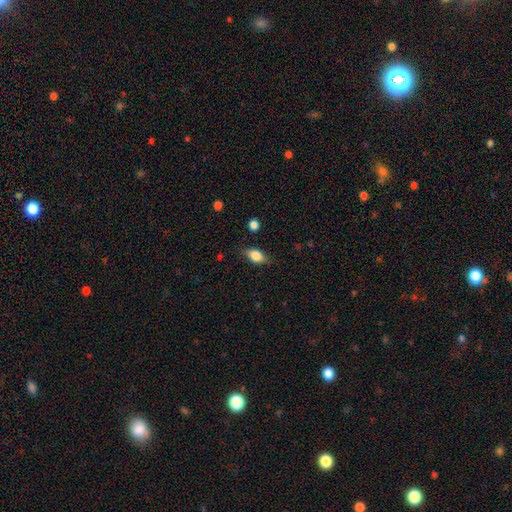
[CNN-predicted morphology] Smooth or featured? Predicted: smooth (p=0.76). How rounded? Predicted: in between (p=0.80). Merging? Predicted: none (p=0.77).